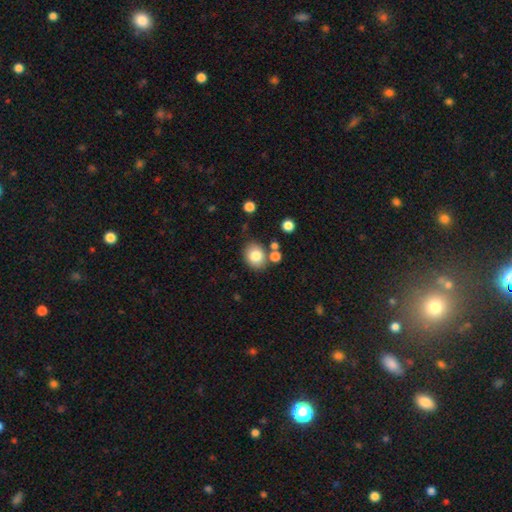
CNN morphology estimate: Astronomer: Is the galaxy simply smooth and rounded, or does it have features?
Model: smooth — 80%.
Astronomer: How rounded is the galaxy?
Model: round — 57% (runner-up: in between, 42%).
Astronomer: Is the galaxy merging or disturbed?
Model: none — 73%.